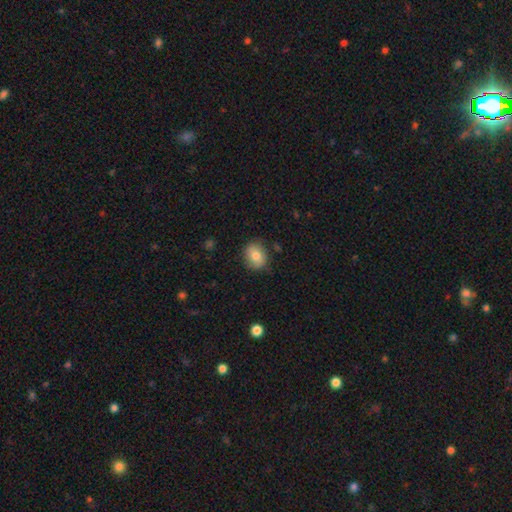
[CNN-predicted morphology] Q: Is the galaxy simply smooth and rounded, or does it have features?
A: smooth — 78%.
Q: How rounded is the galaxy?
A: round — 55%.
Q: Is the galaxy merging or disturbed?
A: none — 83%.